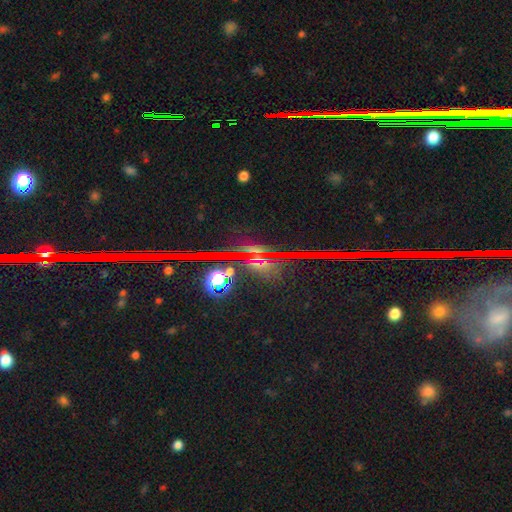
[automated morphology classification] A star or artifact, not a galaxy (76%).

Vote fractions:
- Smooth or featured? star or artifact: 76% / featured or disk: 14% / smooth: 10%